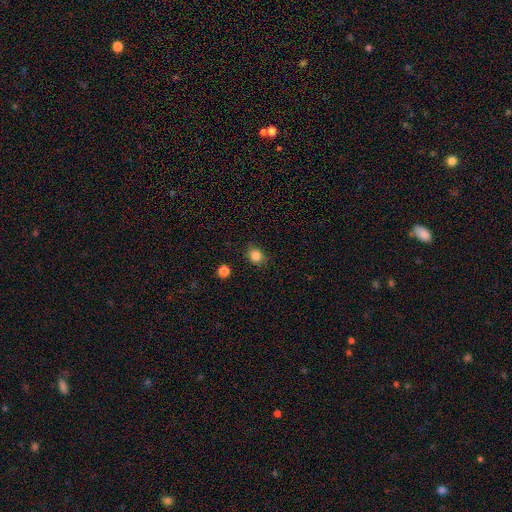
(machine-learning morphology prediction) A smooth galaxy with no disk features (84%) that is round (67%).

Vote fractions:
- Smooth or featured? smooth: 84% / star or artifact: 11% / featured or disk: 5%
- How rounded? round: 67% / in between: 32% / cigar-shaped: 1%
- Merging? none: 85% / minor disturbance: 11% / major disturbance: 3% / merger: 2%